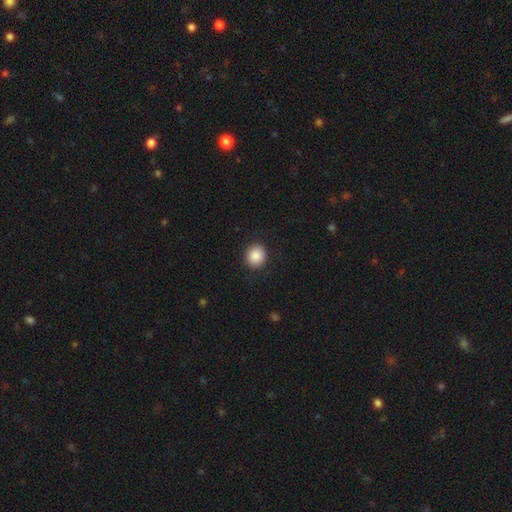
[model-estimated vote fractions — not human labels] Smooth or featured? Predicted: smooth (p=0.88). How rounded? Predicted: round (p=0.84). Merging? Predicted: none (p=0.90).